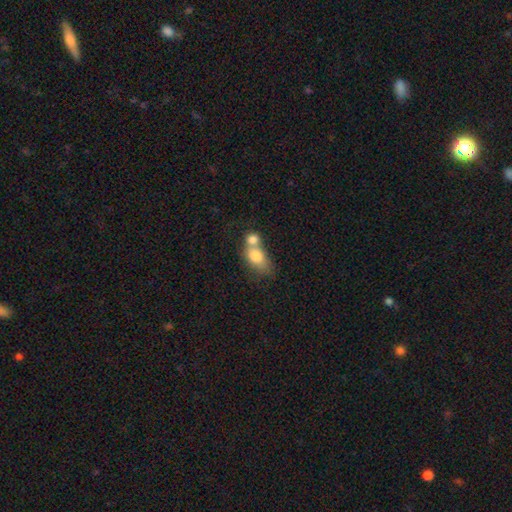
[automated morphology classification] A smooth galaxy with no disk features (76%) that is in between round and cigar-shaped (70%).

Vote fractions:
- Smooth or featured? smooth: 76% / featured or disk: 16% / star or artifact: 8%
- How rounded? in between: 70% / round: 27% / cigar-shaped: 3%
- Merging? merger: 69% / none: 18% / minor disturbance: 8% / major disturbance: 5%